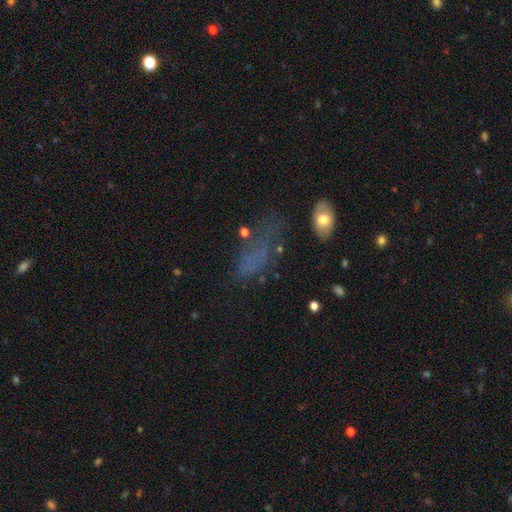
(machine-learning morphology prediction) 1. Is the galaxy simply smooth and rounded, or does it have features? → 50% smooth, 26% featured or disk, 24% star or artifact.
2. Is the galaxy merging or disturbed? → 38% none, 32% major disturbance, 23% minor disturbance, 7% merger.